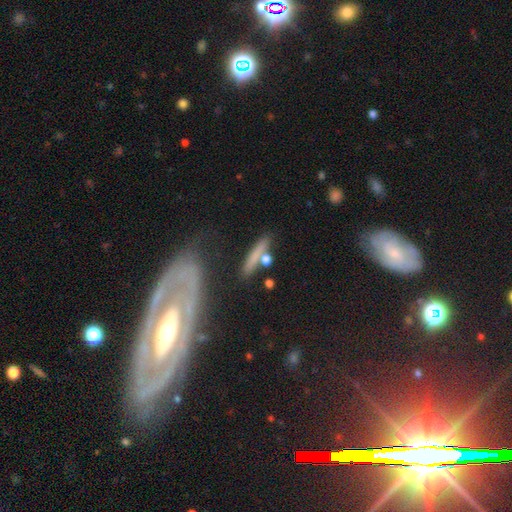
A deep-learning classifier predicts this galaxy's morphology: Smooth or featured: smooth — 59% (featured or disk — 32%)
How rounded: cigar-shaped — 80% (in between — 15%)
Merging: none — 65% (minor disturbance — 16%)